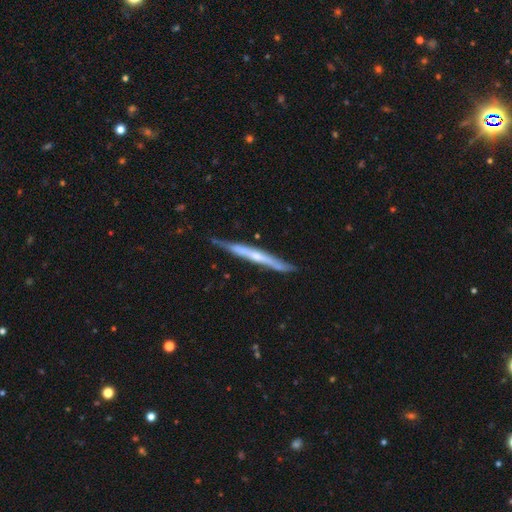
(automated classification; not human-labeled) This is likely a featured or disk galaxy (69%). It is clearly viewed edge-on (95%). Edge-on bulge: possibly rounded (47%). Merging: likely none (77%).